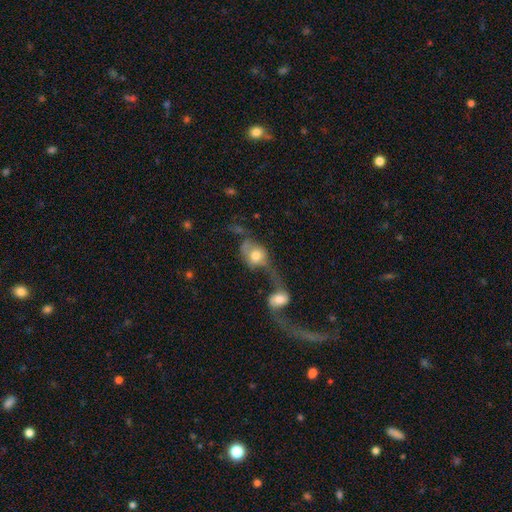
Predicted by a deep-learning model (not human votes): Smooth or featured?
  - smooth: 62% *
  - featured or disk: 30%
  - star or artifact: 8%
How rounded?
  - in between: 56% *
  - round: 42%
  - cigar-shaped: 2%
Merging?
  - merger: 58% *
  - major disturbance: 19%
  - none: 13%
  - minor disturbance: 9%